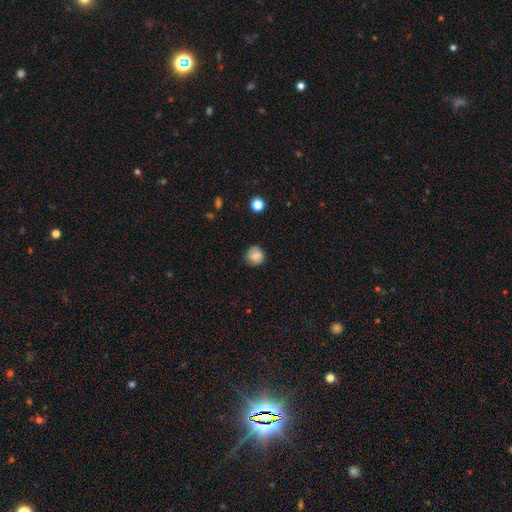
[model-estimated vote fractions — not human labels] Overall: smooth (75%). How rounded: round (89%). Merging: none (81%).